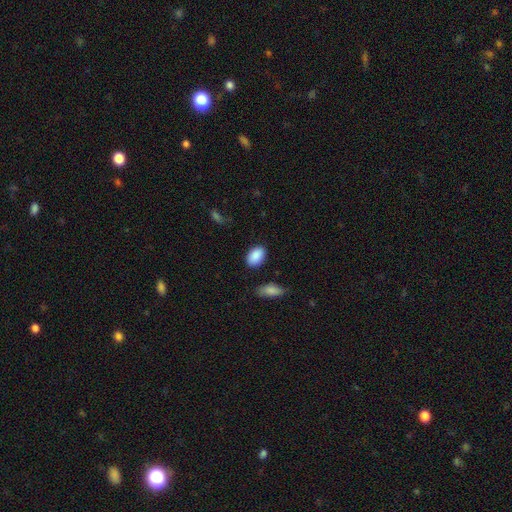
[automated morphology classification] Smooth or featured?
  - smooth: 89% *
  - star or artifact: 7%
  - featured or disk: 4%
How rounded?
  - in between: 89% *
  - round: 9%
  - cigar-shaped: 1%
Merging?
  - none: 84% *
  - minor disturbance: 11%
  - major disturbance: 3%
  - merger: 3%